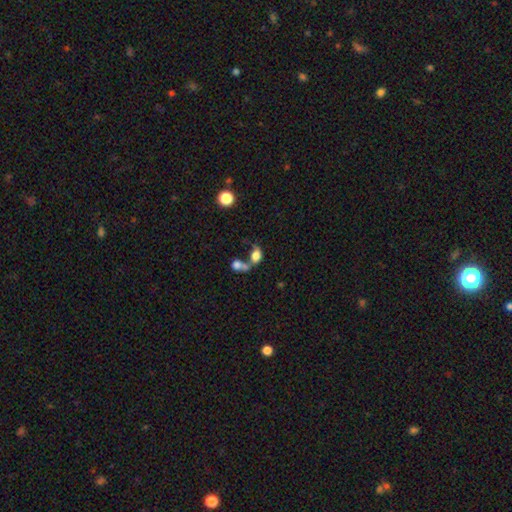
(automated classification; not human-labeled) smooth-or-featured: smooth: 76% | featured or disk: 13% | star or artifact: 11%
  how-rounded: in between: 71% | round: 27% | cigar-shaped: 2%
  merging: merger: 58% | none: 23% | major disturbance: 10% | minor disturbance: 9%